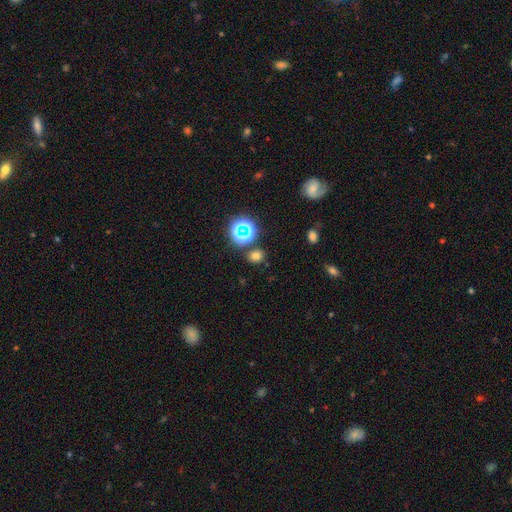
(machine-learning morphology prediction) Smooth or featured?
  - smooth: 68% *
  - star or artifact: 25%
  - featured or disk: 6%
How rounded?
  - round: 64% *
  - in between: 35%
  - cigar-shaped: 1%
Merging?
  - none: 82% *
  - minor disturbance: 9%
  - merger: 6%
  - major disturbance: 3%